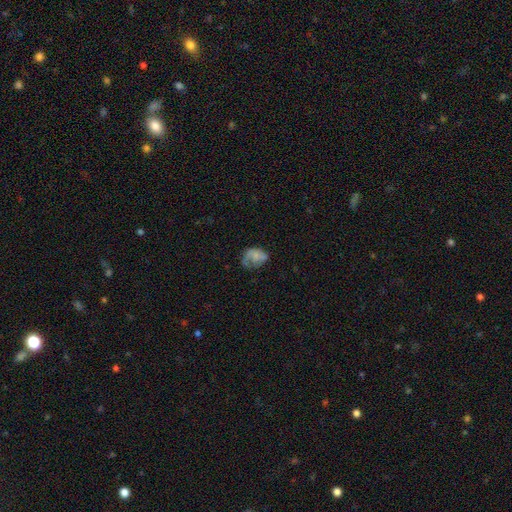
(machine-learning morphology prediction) A smooth galaxy with no disk features (52%) that is in between round and cigar-shaped (64%). Merging: none (38%).